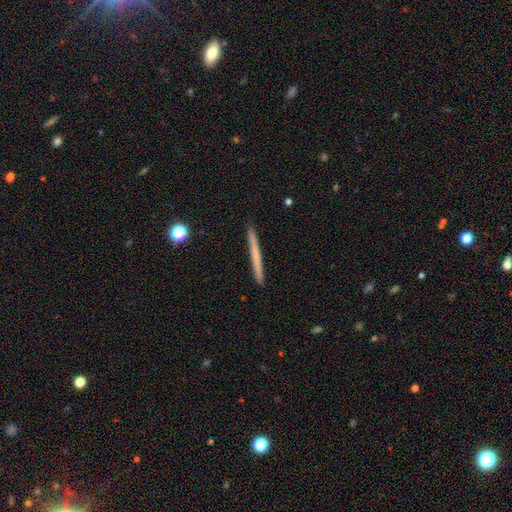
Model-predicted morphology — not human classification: type=smooth (55%); roundness=cigar-shaped (97%); merging=none (92%).